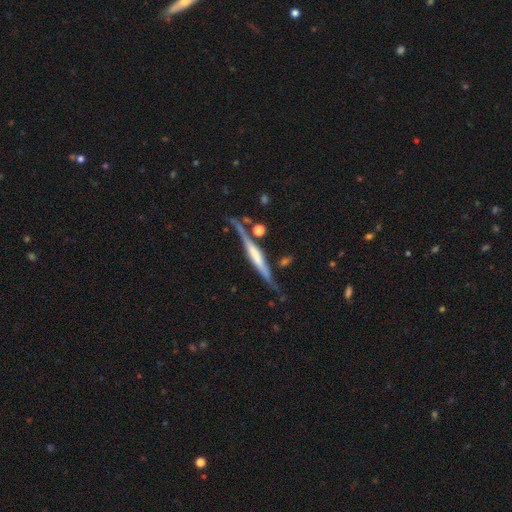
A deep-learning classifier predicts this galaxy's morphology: This appears to be a featured or disk galaxy (70%) viewed edge-on (96%) with a boxy central bulge (40%). Merging: none (73%).